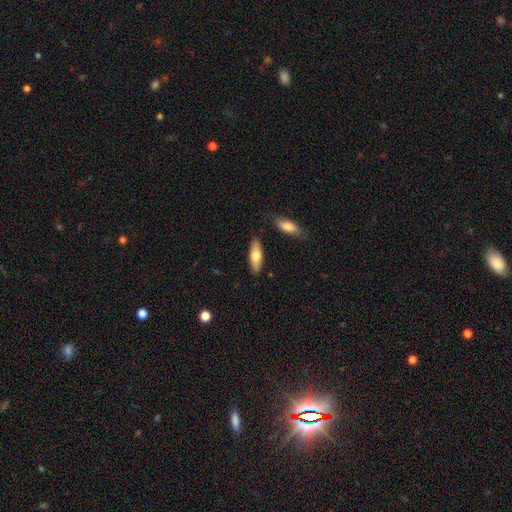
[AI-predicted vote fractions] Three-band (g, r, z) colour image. It shows a smooth galaxy with no disk features (68%) that is in between round and cigar-shaped (60%). Merging: none (84%).